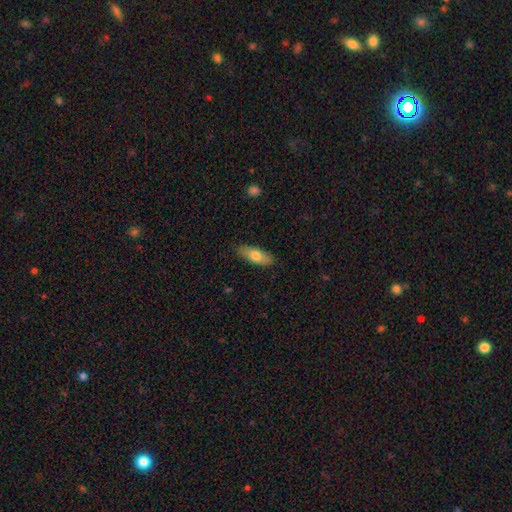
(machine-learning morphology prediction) Smooth or featured? Predicted: smooth (p=0.74). How rounded? Predicted: in between (p=0.75). Merging? Predicted: none (p=0.86).